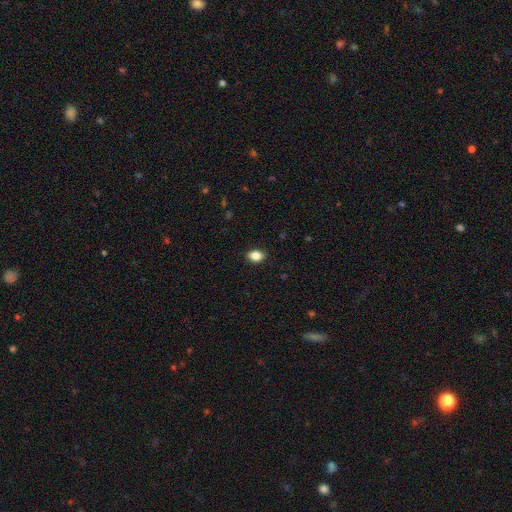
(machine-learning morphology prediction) smooth_or_featured: smooth (p=0.86) [alt: star or artifact p=0.09]
how_rounded: in between (p=0.81) [alt: round p=0.17]
merging: none (p=0.88) [alt: minor disturbance p=0.09]